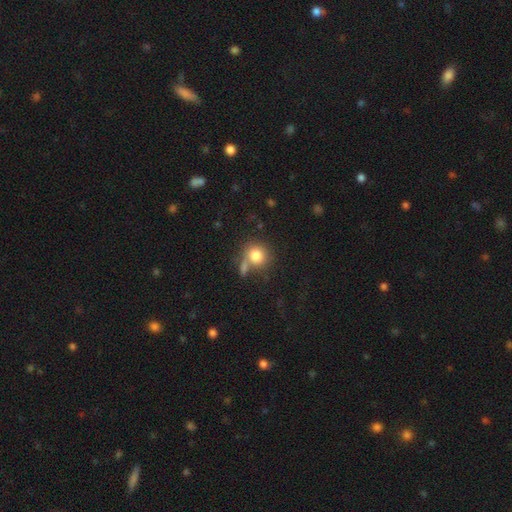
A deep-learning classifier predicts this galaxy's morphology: Smooth or featured? Predicted: smooth (p=0.80). How rounded? Predicted: round (p=0.84). Merging? Predicted: none (p=0.58).